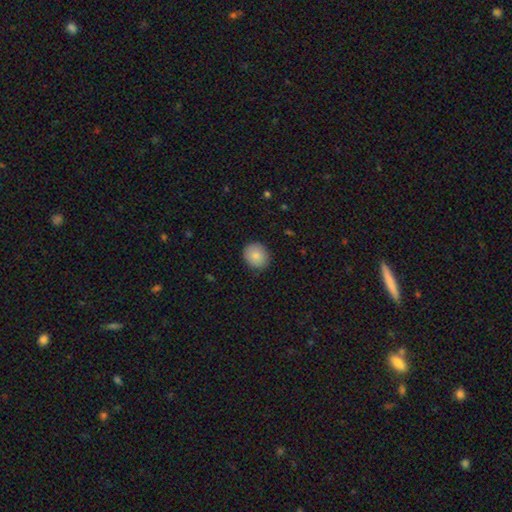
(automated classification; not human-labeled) This is clearly a smooth galaxy (86%). How rounded: clearly round (82%). Merging: clearly none (87%).